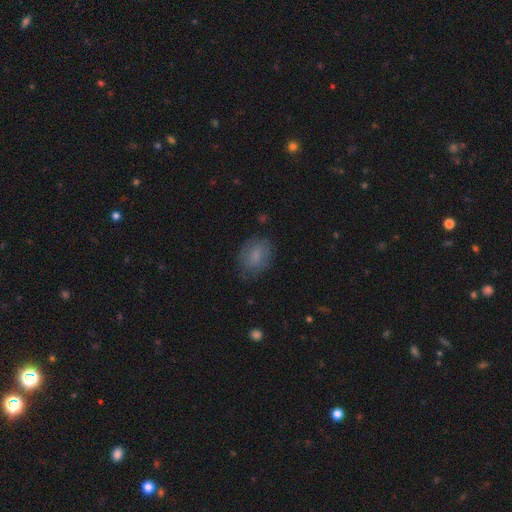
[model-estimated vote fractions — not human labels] smooth 73%, featured or disk 18%, star or artifact 9%. Down the decision tree: how rounded — in between (66%); merging — none (69%).